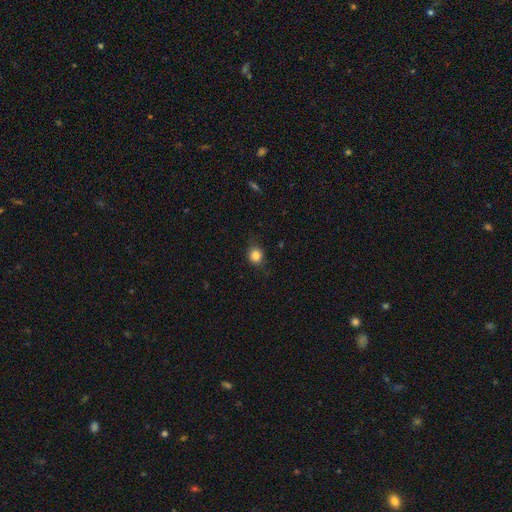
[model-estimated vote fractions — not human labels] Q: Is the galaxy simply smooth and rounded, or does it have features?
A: smooth — 83%.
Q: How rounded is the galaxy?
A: round — 83%.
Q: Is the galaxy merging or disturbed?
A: none — 82%.